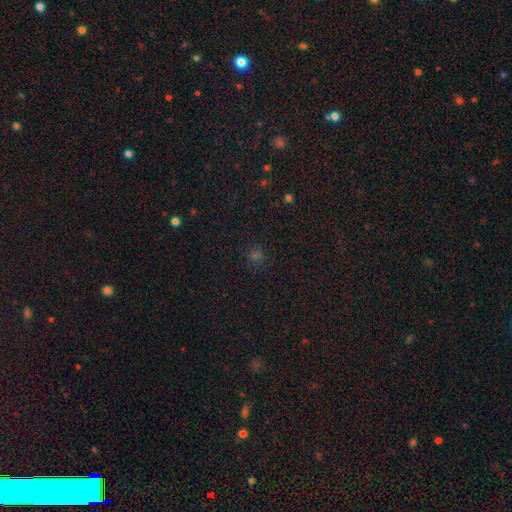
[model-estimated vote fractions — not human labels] A smooth galaxy with no disk features (60%) that is round (89%).

Vote fractions:
- Smooth or featured? smooth: 60% / star or artifact: 35% / featured or disk: 6%
- How rounded? round: 89% / in between: 10% / cigar-shaped: 1%
- Merging? none: 86% / minor disturbance: 9% / major disturbance: 3% / merger: 2%